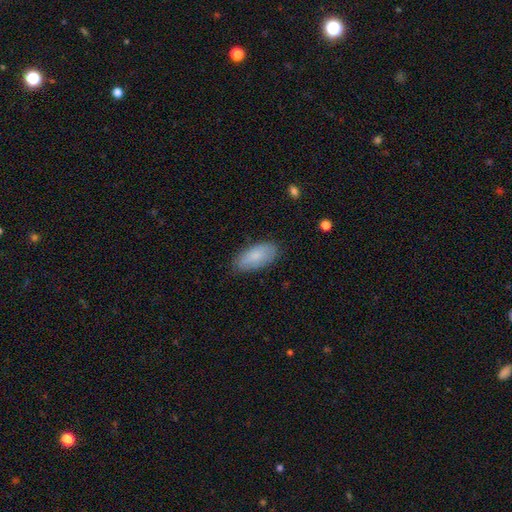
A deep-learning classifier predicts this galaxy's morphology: A smooth galaxy with no disk features (83%) that is in between round and cigar-shaped (90%).

Vote fractions:
- Smooth or featured? smooth: 83% / featured or disk: 11% / star or artifact: 6%
- How rounded? in between: 90% / cigar-shaped: 8% / round: 2%
- Merging? none: 82% / minor disturbance: 15% / major disturbance: 3% / merger: 1%